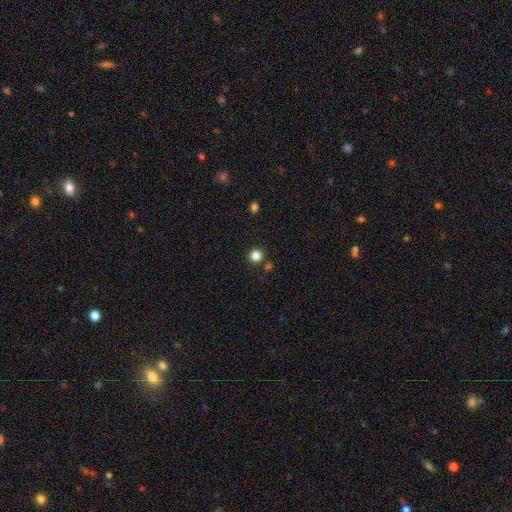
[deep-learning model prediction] Smooth or featured? smooth (83%)
How rounded? round (95%)
Merging? none (87%)